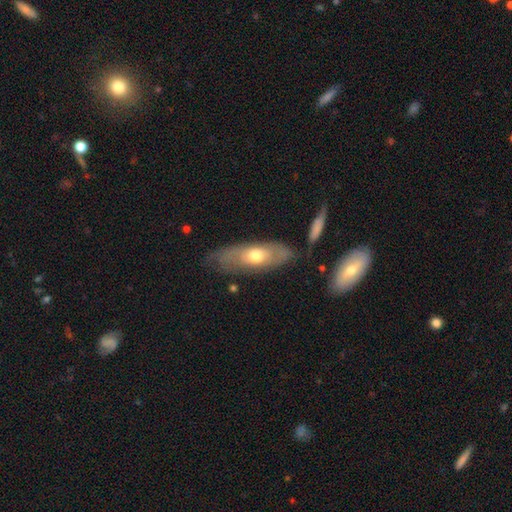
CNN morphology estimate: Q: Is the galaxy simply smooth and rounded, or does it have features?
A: featured or disk — 48%.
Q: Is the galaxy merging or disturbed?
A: none — 64%.